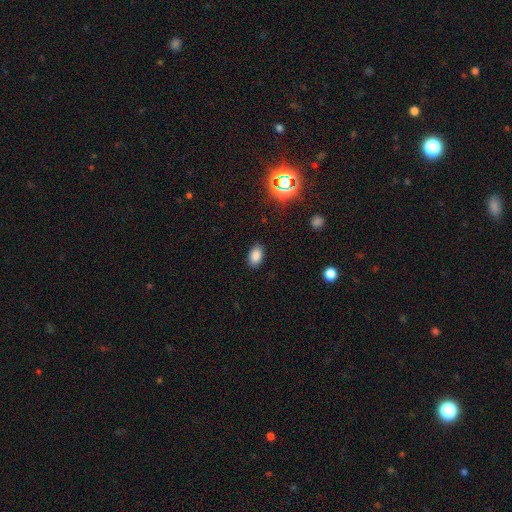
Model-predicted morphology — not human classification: smooth-or-featured: smooth: 85% | star or artifact: 11% | featured or disk: 4%
  how-rounded: in between: 87% | round: 12% | cigar-shaped: 1%
  merging: none: 87% | minor disturbance: 9% | major disturbance: 2% | merger: 1%